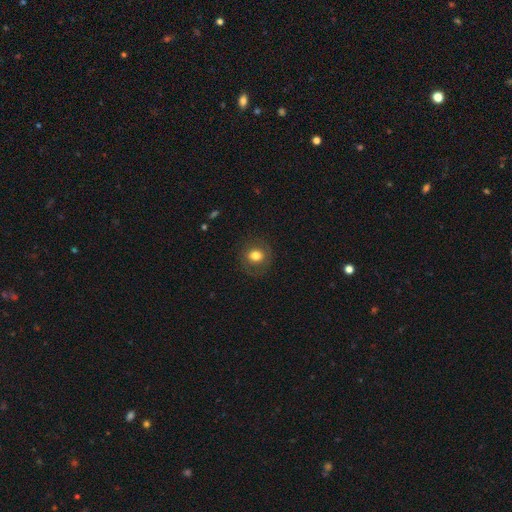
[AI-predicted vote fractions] This is likely a smooth galaxy (72%). How rounded: likely round (76%). Merging: clearly none (82%).